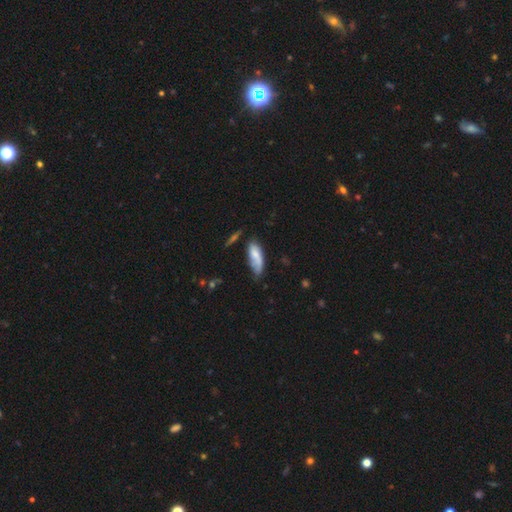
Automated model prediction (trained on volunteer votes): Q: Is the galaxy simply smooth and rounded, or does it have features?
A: smooth — 70%.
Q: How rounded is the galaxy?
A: in between — 73%.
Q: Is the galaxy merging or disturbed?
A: none — 45%.